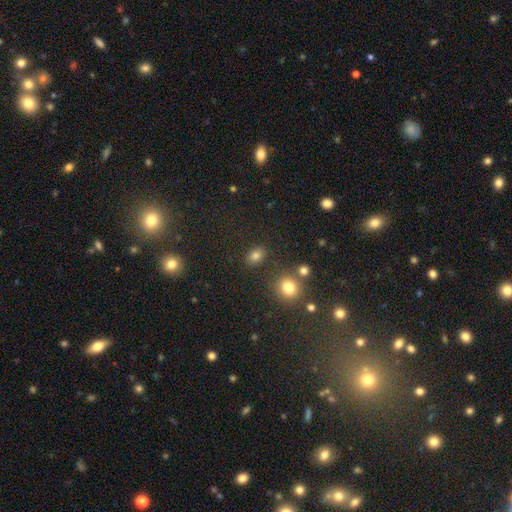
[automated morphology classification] The model was most divided on "how rounded": in between: 70%, round: 28%, cigar-shaped: 2%. More confident: merging — none (84%); smooth or featured — smooth (78%).